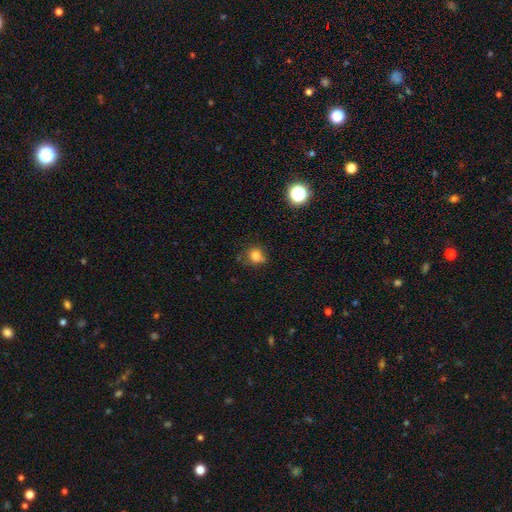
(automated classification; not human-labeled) This is likely a smooth galaxy (80%). How rounded: clearly round (84%). Merging: likely none (64%).